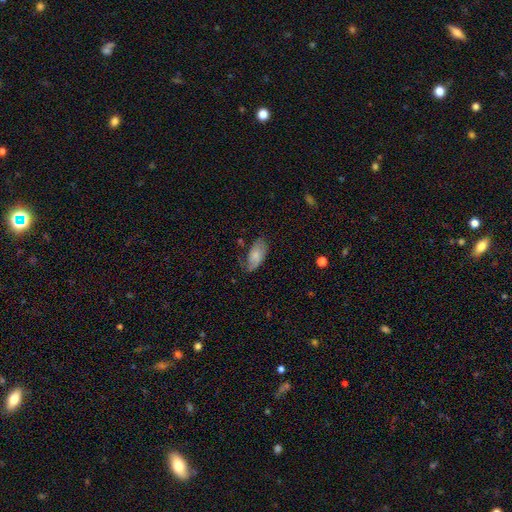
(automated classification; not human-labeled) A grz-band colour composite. It shows a smooth galaxy with no disk features (67%) that is in between round and cigar-shaped (92%). Merging: none (58%).